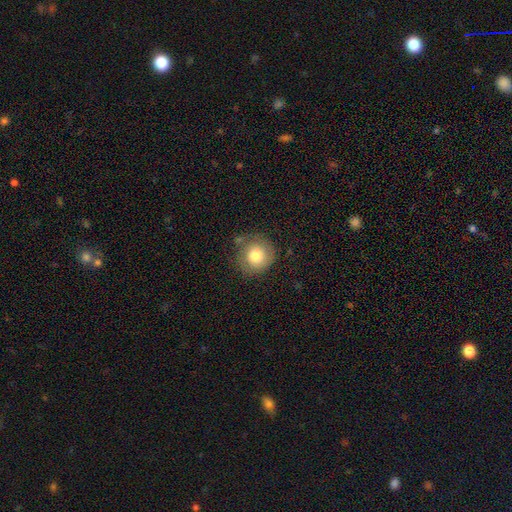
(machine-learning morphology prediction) Q: Smooth or featured?
A: smooth (77%); runner-up: featured or disk (13%)
Q: How rounded?
A: round (92%); runner-up: in between (7%)
Q: Merging?
A: none (73%); runner-up: minor disturbance (17%)